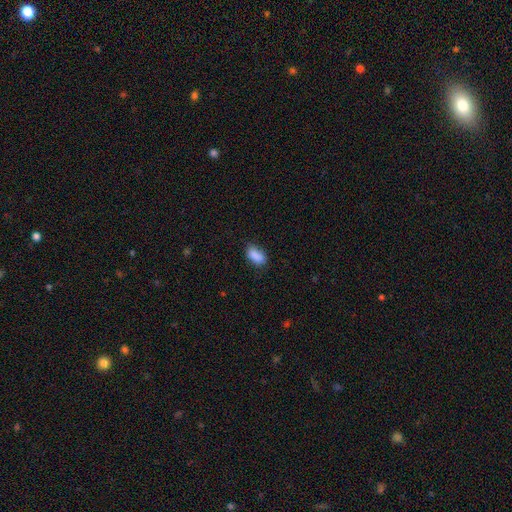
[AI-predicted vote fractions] smooth-or-featured: smooth: 87% | star or artifact: 8% | featured or disk: 5%
  how-rounded: in between: 89% | cigar-shaped: 6% | round: 5%
  merging: none: 70% | minor disturbance: 23% | major disturbance: 5% | merger: 2%